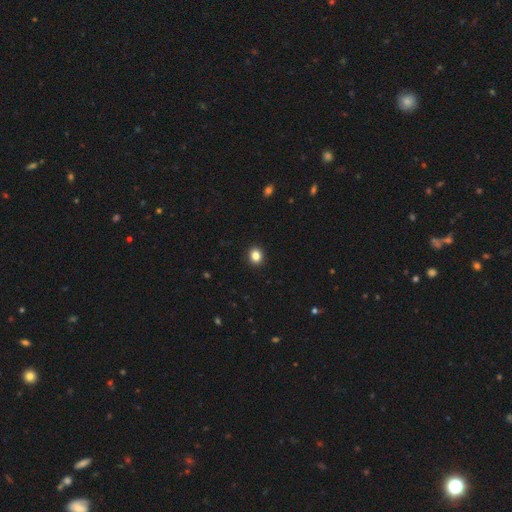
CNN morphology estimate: Smooth or featured? Predicted: smooth (p=0.84). How rounded? Predicted: round (p=0.73). Merging? Predicted: none (p=0.93).